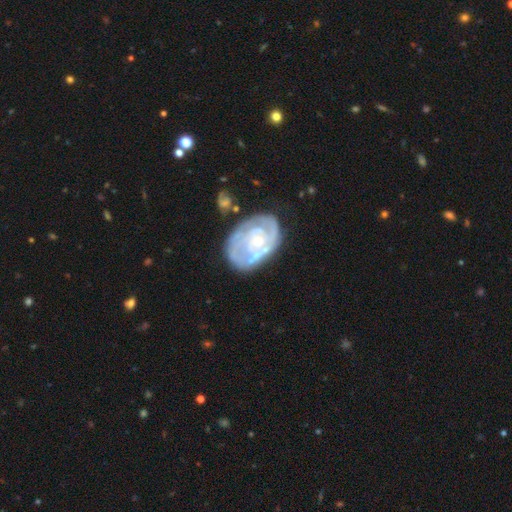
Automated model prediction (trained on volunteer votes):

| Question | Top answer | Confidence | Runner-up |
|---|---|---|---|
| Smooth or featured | featured or disk | 79% | smooth (15%) |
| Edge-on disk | no | 97% | yes (3%) |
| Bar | no | 78% | weak (18%) |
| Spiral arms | yes | 76% | no (24%) |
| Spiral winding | tight | 62% | medium (27%) |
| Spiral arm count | can't tell | 41% | 2 (28%) |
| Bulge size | small | 59% | moderate (33%) |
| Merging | none | 52% | minor disturbance (23%) |